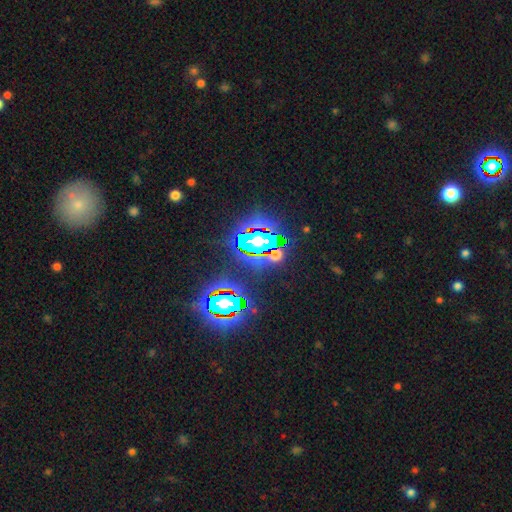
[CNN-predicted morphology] A star or artifact, not a galaxy (83%).

Vote fractions:
- Smooth or featured? star or artifact: 83% / smooth: 9% / featured or disk: 8%